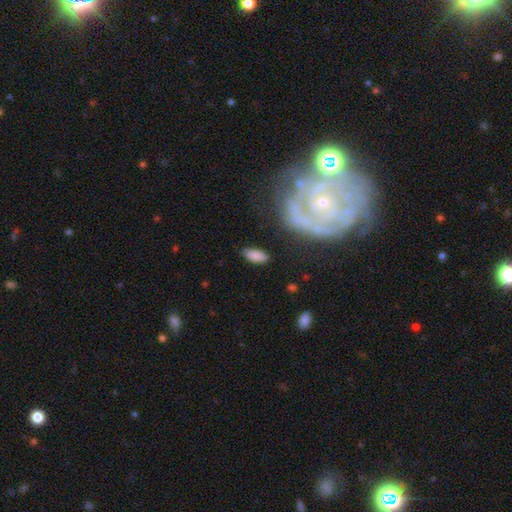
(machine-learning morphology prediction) Smooth or featured? Predicted: smooth (p=0.84). How rounded? Predicted: in between (p=0.88). Merging? Predicted: none (p=0.80).